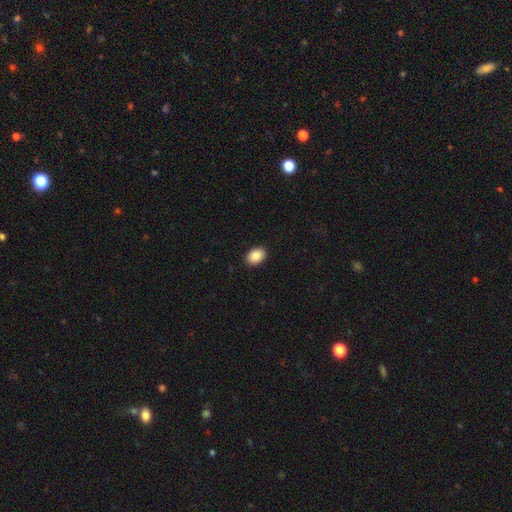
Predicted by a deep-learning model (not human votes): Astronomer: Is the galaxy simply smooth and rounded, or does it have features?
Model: smooth — 89%.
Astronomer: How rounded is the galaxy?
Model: in between — 79%.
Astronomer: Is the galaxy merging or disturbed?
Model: none — 90%.